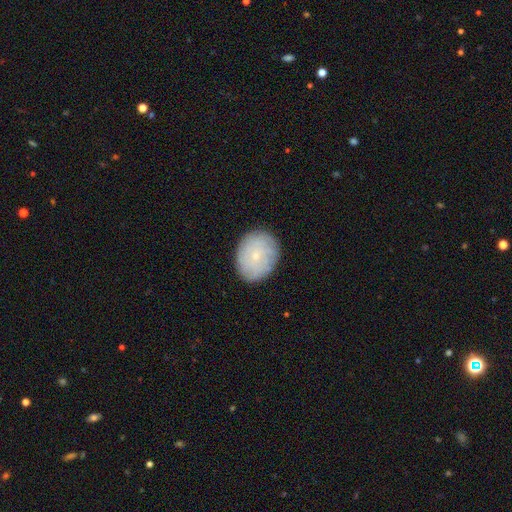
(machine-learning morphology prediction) smooth_or_featured: smooth (p=0.55) [alt: featured or disk p=0.36]
how_rounded: in between (p=0.55) [alt: round p=0.44]
merging: none (p=0.84) [alt: minor disturbance p=0.12]